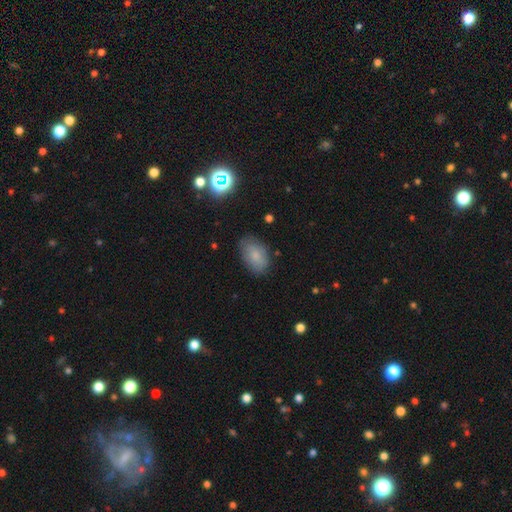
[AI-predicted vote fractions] A smooth galaxy with no disk features (77%) that is in between round and cigar-shaped (90%).

Vote fractions:
- Smooth or featured? smooth: 77% / featured or disk: 13% / star or artifact: 9%
- How rounded? in between: 90% / round: 9% / cigar-shaped: 1%
- Merging? none: 79% / minor disturbance: 16% / major disturbance: 4% / merger: 1%